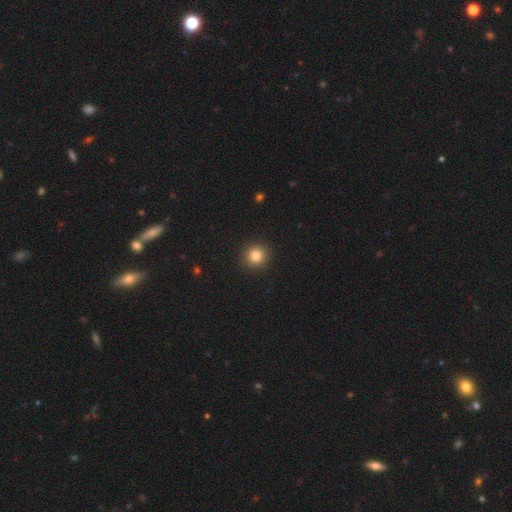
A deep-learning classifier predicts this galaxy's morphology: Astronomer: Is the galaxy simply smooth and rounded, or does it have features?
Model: smooth — 83%.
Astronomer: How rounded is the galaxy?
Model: round — 93%.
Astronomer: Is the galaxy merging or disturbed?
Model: none — 93%.